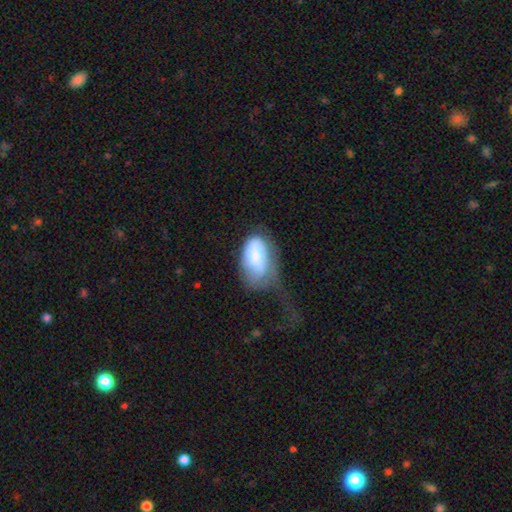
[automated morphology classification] type=smooth (66%); roundness=in between (92%); merging=major disturbance (50%).